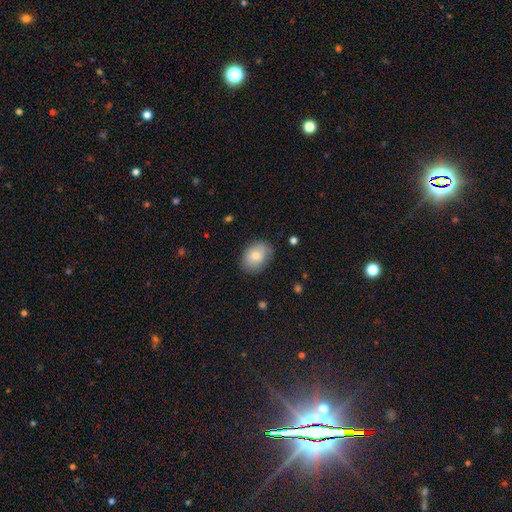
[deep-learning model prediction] Smooth or featured? Predicted: smooth (p=0.75). How rounded? Predicted: in between (p=0.70). Merging? Predicted: none (p=0.77).